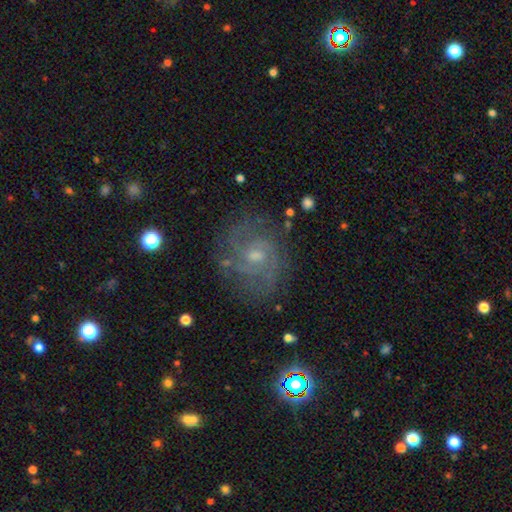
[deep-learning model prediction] Morphology: type=featured or disk (78%); edge-on=no (97%); bar=no (56%); spiral arms=yes (91%); winding=tight (49%); arm count=can't tell (34%); bulge=small (48%); merging=none (73%).